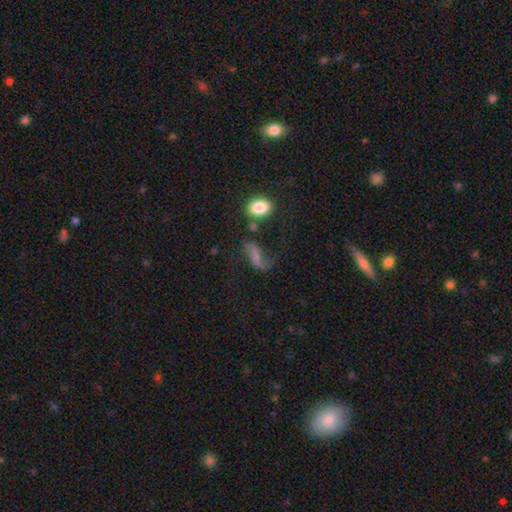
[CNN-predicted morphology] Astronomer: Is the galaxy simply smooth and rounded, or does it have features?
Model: featured or disk — 53% (runner-up: smooth, 33%).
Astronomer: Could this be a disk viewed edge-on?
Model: no — 93%.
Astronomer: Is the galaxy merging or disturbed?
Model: none — 50%.